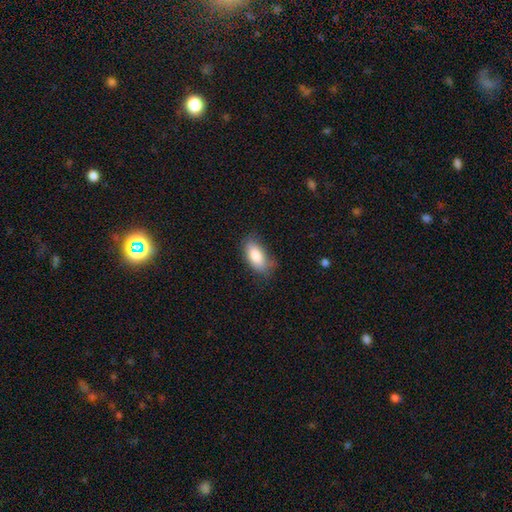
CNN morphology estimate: Smooth or featured: smooth — 85% (featured or disk — 8%)
How rounded: in between — 91% (cigar-shaped — 7%)
Merging: none — 67% (minor disturbance — 26%)